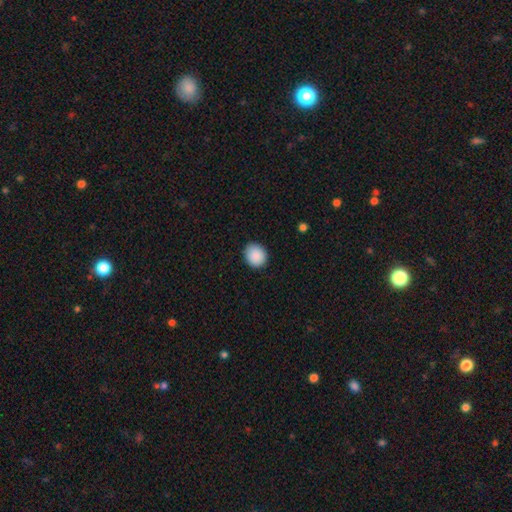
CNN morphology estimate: Smooth or featured: smooth — 90% (star or artifact — 7%)
How rounded: round — 71% (in between — 28%)
Merging: none — 88% (minor disturbance — 9%)